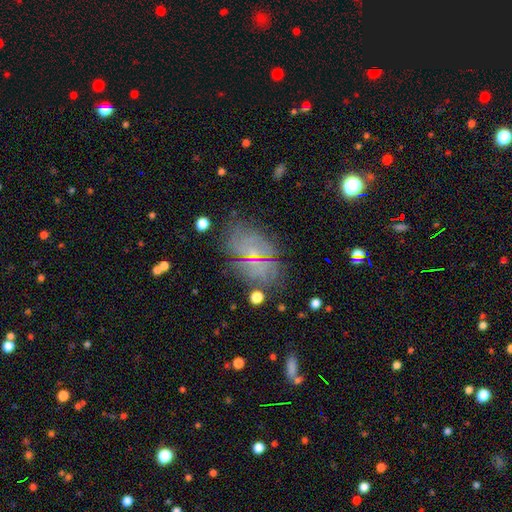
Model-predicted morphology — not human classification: Smooth or featured? Predicted: featured or disk (p=0.48). Merging? Predicted: none (p=0.71).